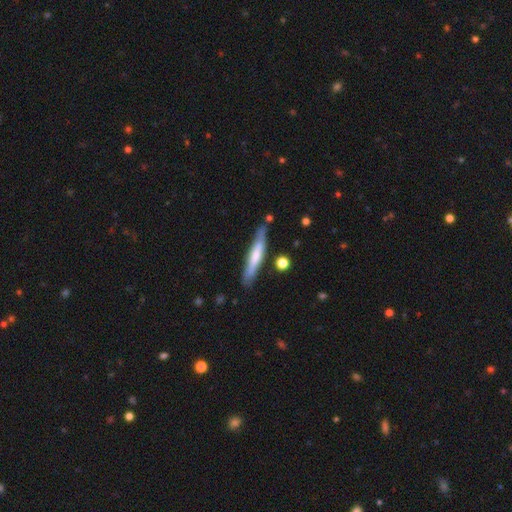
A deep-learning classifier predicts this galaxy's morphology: Smooth or featured?
  - smooth: 51% *
  - featured or disk: 44%
  - star or artifact: 6%
How rounded?
  - cigar-shaped: 92% *
  - in between: 7%
  - round: 1%
Merging?
  - none: 79% *
  - minor disturbance: 14%
  - merger: 4%
  - major disturbance: 3%